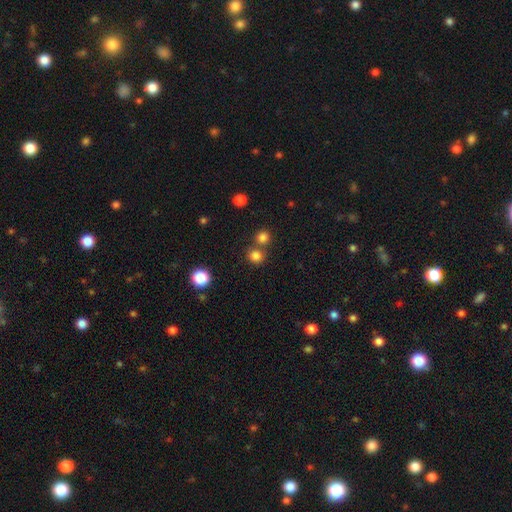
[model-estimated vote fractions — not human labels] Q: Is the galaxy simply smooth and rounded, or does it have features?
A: smooth — 80%.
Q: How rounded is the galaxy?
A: round — 89%.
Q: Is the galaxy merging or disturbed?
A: none — 66%.